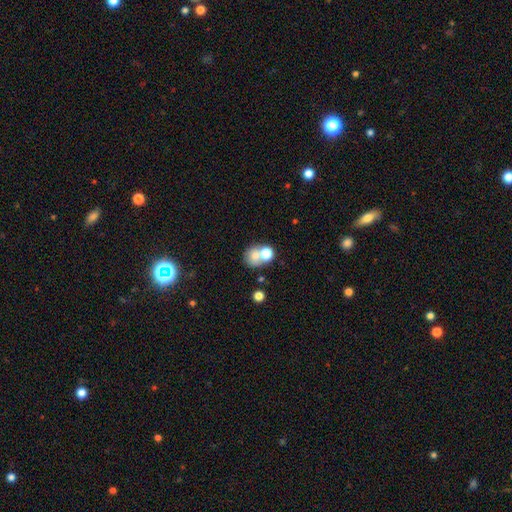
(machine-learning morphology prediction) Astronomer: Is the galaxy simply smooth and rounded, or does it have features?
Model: smooth — 72%.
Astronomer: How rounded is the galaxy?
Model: round — 69%.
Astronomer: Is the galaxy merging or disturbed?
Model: merger — 47% (runner-up: none, 38%).